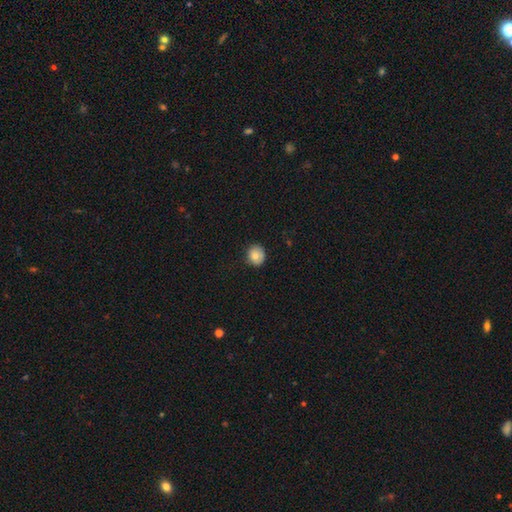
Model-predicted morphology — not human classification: A smooth galaxy with no disk features (78%) that is round (80%). Merging: none (84%).